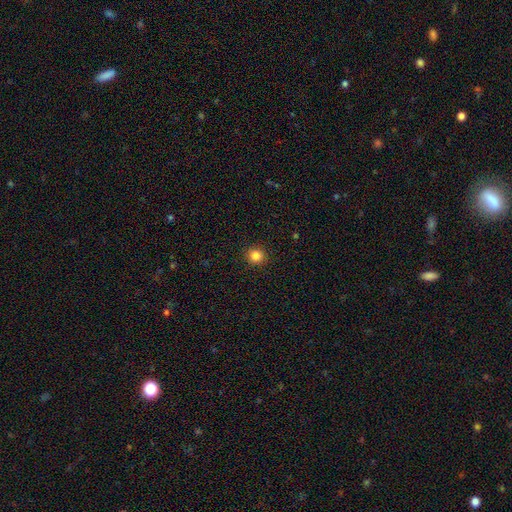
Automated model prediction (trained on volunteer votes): Smooth or featured: smooth — 85% (star or artifact — 11%)
How rounded: round — 93% (in between — 6%)
Merging: none — 93% (minor disturbance — 5%)